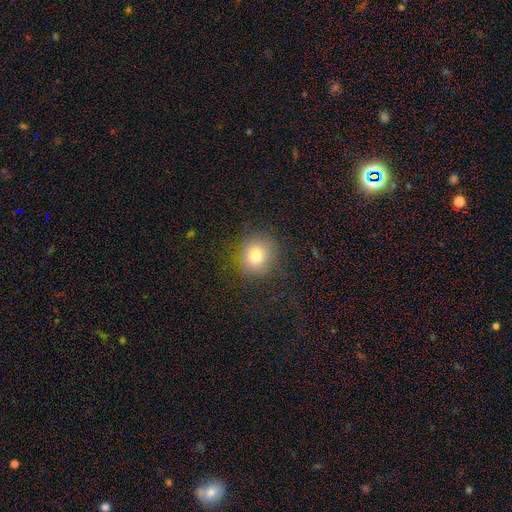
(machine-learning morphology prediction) smooth-or-featured: smooth: 73% | star or artifact: 15% | featured or disk: 12%
  how-rounded: round: 84% | in between: 15% | cigar-shaped: 1%
  merging: none: 78% | minor disturbance: 13% | major disturbance: 8% | merger: 1%